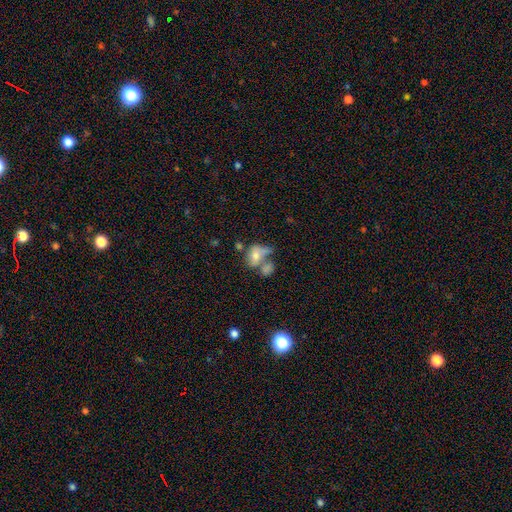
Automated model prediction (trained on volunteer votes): smooth-or-featured: smooth: 62% | featured or disk: 27% | star or artifact: 11%
  how-rounded: in between: 76% | round: 22% | cigar-shaped: 3%
  merging: merger: 47% | none: 22% | major disturbance: 16% | minor disturbance: 14%